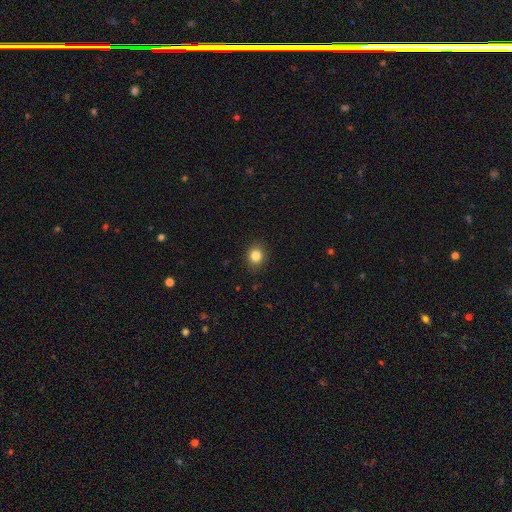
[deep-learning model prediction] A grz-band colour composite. It shows a smooth galaxy with no disk features (83%) that is round (78%). Merging: none (90%).